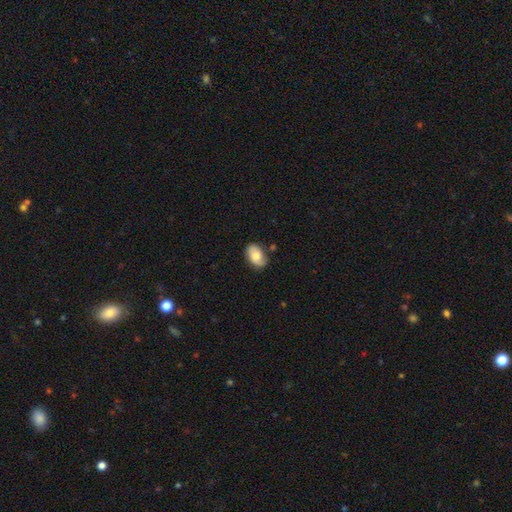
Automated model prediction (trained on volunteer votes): smooth-or-featured: smooth: 69% | featured or disk: 24% | star or artifact: 7%
  how-rounded: in between: 89% | round: 9% | cigar-shaped: 1%
  merging: none: 69% | minor disturbance: 23% | major disturbance: 5% | merger: 4%